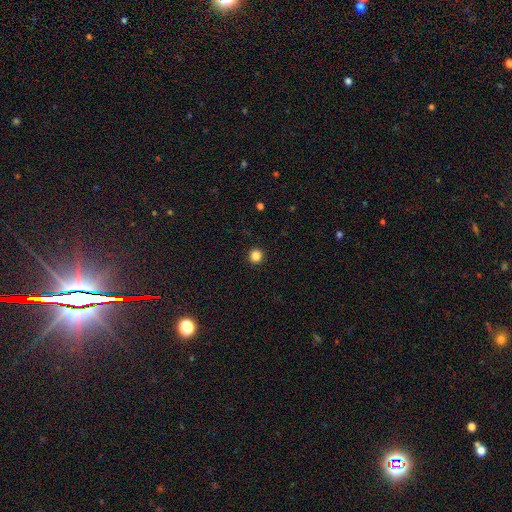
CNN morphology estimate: Overall: smooth (85%). How rounded: round (96%). Merging: none (94%).